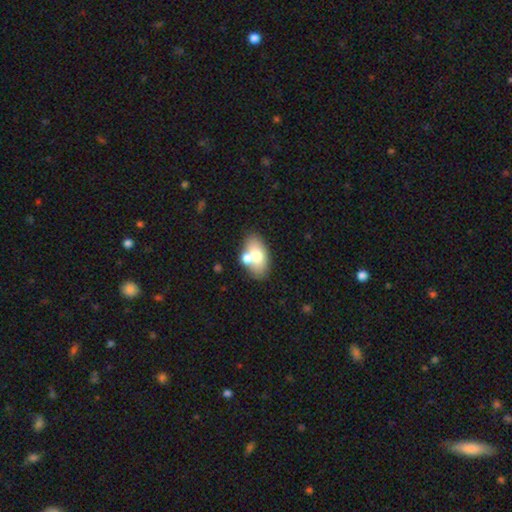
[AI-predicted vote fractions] smooth_or_featured: smooth (p=0.66) [alt: featured or disk p=0.26]
how_rounded: in between (p=0.89) [alt: round p=0.09]
merging: none (p=0.56) [alt: merger p=0.28]